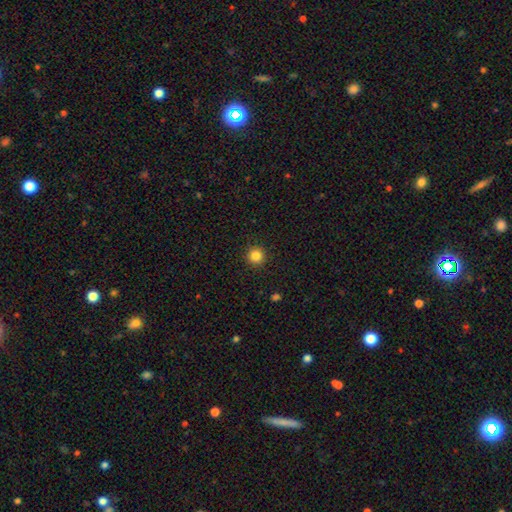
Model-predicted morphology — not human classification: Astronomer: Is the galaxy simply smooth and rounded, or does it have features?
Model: smooth — 84%.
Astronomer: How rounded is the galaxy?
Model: round — 95%.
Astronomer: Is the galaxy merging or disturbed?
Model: none — 93%.